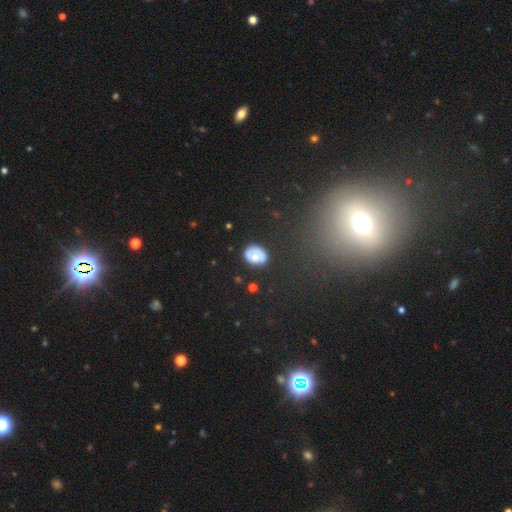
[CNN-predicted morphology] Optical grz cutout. It shows a smooth galaxy with no disk features (62%) that is in between round and cigar-shaped (63%). Merging: none (66%).